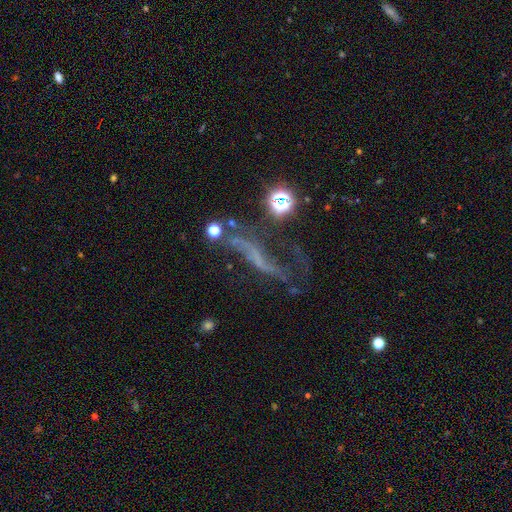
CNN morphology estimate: type=featured or disk (55%); edge-on=no (70%); merging=none (38%).